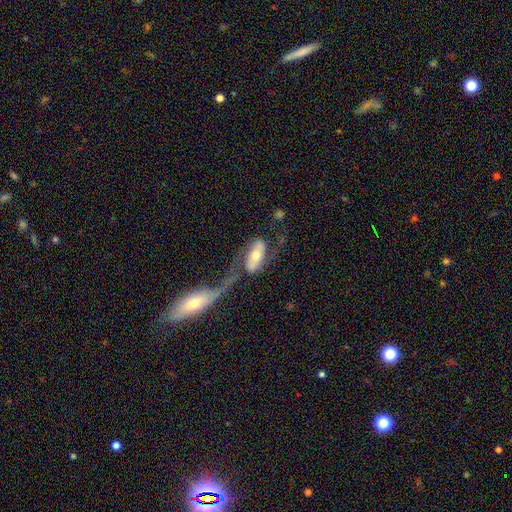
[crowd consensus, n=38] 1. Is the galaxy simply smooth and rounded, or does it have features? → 58% featured or disk, 37% smooth, 5% star or artifact.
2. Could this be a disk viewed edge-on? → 86% no, 14% yes.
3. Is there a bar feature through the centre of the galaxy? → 58% no, 21% strong, 21% weak.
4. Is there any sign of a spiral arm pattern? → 63% yes, 37% no.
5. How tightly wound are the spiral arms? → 67% loose, 25% medium, 8% tight.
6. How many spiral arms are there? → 83% 2, 17% can't tell, 0% 1, 0% 3, 0% 4, 0% more than 4.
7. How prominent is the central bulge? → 74% moderate, 16% small, 11% large, 0% dominant, 0% none.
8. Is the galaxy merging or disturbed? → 72% merger, 17% none, 8% major disturbance, 3% minor disturbance.